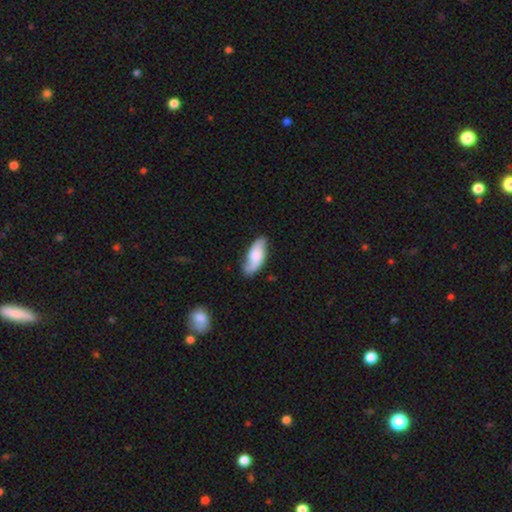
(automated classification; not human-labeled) Overall: smooth (50%; featured or disk 44%). Merging: none (71%).